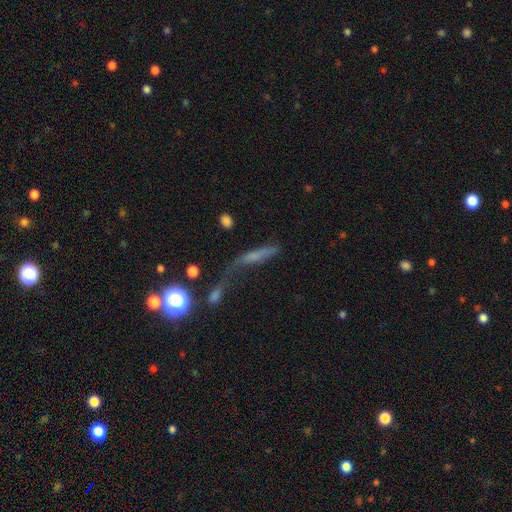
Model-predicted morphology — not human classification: smooth 50%, featured or disk 32%, star or artifact 18%. Down the decision tree: how rounded — cigar-shaped (69%); merging — major disturbance (35%).